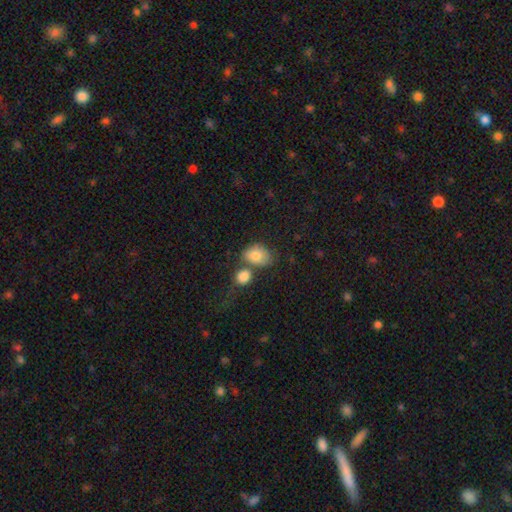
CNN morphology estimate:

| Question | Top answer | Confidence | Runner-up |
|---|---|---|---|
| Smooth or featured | smooth | 79% | featured or disk (13%) |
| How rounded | in between | 68% | round (31%) |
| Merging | none | 41% | merger (36%) |